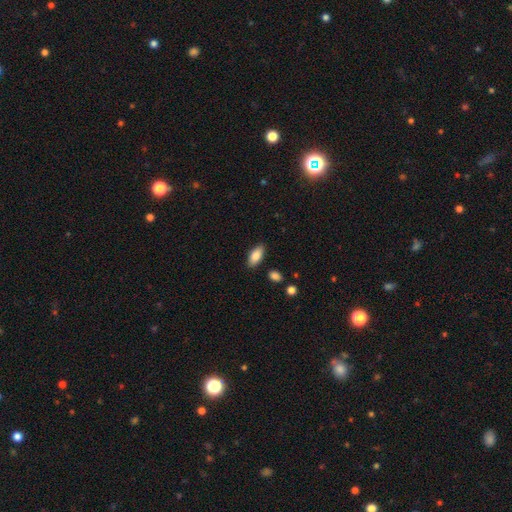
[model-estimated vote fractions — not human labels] Smooth or featured? smooth (83%)
How rounded? in between (89%)
Merging? none (87%)